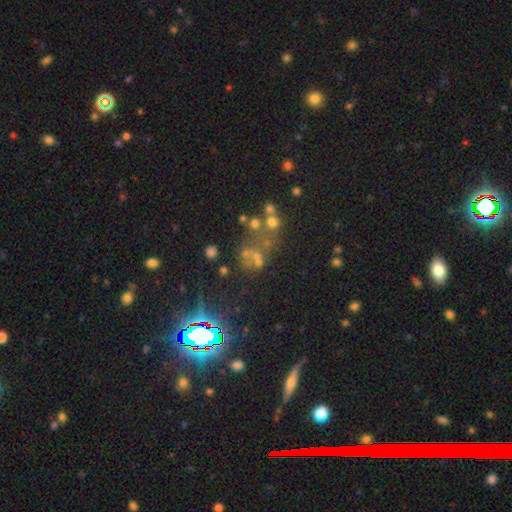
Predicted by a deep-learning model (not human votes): Smooth or featured: star or artifact — 51% (smooth — 26%)